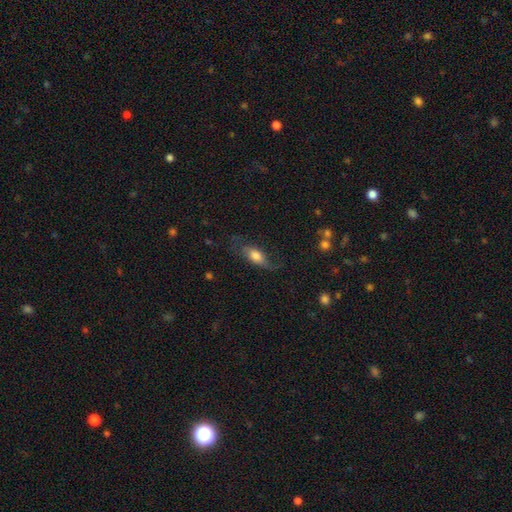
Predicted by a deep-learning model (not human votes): smooth 59%, featured or disk 33%, star or artifact 8%. Down the decision tree: how rounded — in between (81%); merging — none (54%).